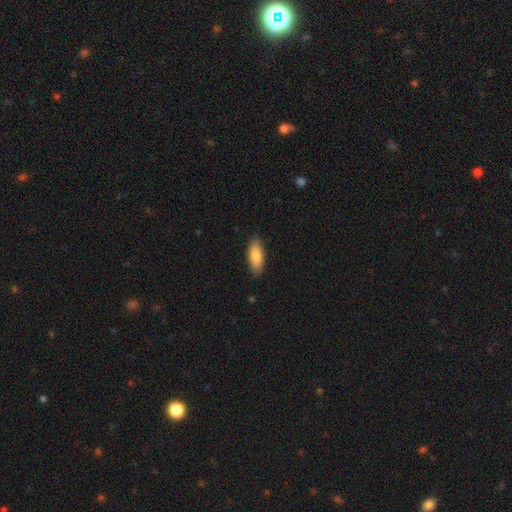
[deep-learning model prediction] Morphology: type=smooth (83%); roundness=in between (74%); merging=none (87%).